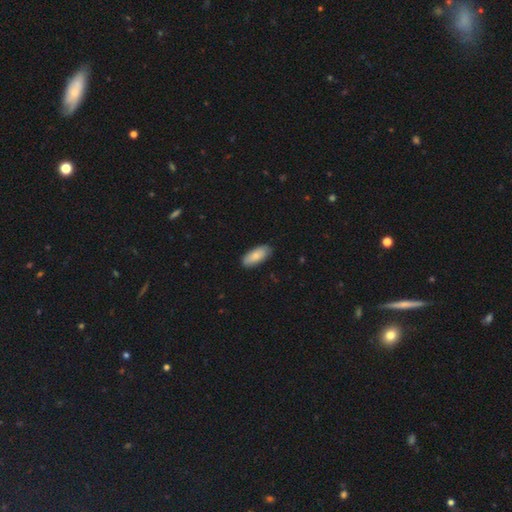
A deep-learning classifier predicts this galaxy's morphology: Overall: smooth (82%). How rounded: in between (86%). Merging: none (84%).